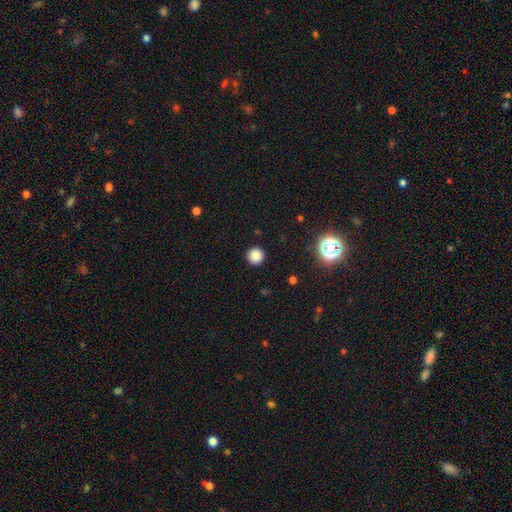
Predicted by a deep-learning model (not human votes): A smooth galaxy with no disk features (83%) that is round (96%).

Vote fractions:
- Smooth or featured? smooth: 83% / star or artifact: 12% / featured or disk: 4%
- How rounded? round: 96% / in between: 3% / cigar-shaped: 1%
- Merging? none: 93% / minor disturbance: 4% / major disturbance: 2% / merger: 1%